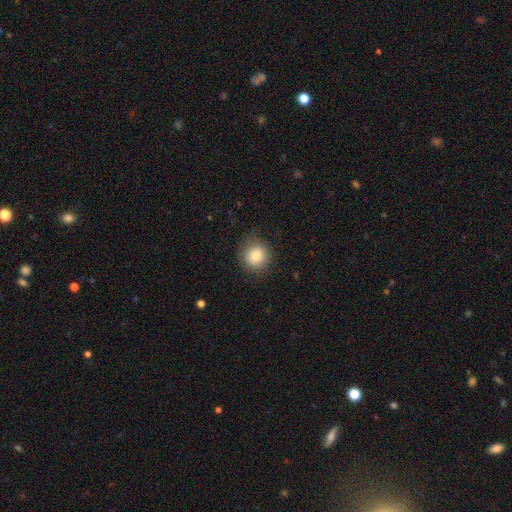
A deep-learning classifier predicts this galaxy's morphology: Smooth or featured: smooth — 83% (star or artifact — 10%)
How rounded: round — 90% (in between — 9%)
Merging: none — 82% (minor disturbance — 12%)